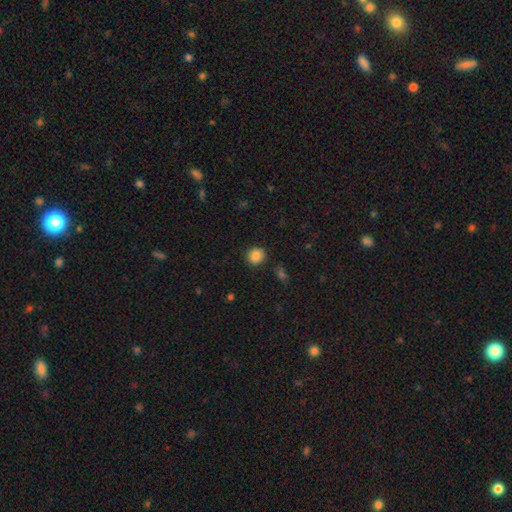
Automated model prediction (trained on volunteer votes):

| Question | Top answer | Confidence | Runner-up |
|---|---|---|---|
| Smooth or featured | smooth | 86% | star or artifact (9%) |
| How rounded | round | 88% | in between (12%) |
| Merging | none | 91% | minor disturbance (6%) |